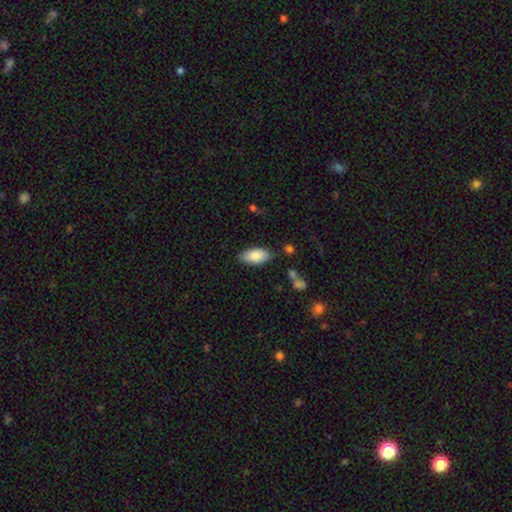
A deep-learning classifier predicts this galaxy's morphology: This is clearly a smooth galaxy (82%). How rounded: clearly in between (93%). Merging: clearly none (82%).